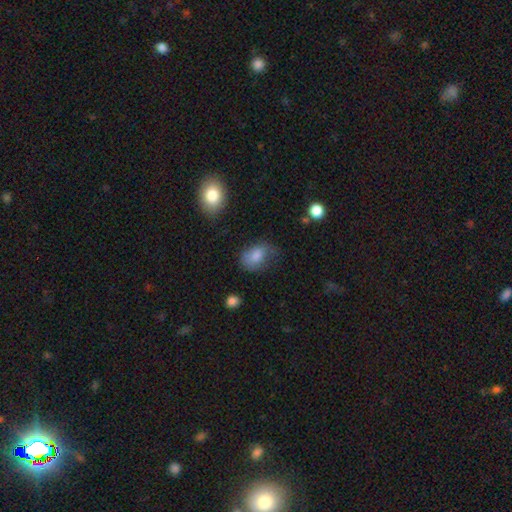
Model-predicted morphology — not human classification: Smooth or featured: smooth — 76% (featured or disk — 14%)
How rounded: in between — 79% (round — 20%)
Merging: none — 44% (minor disturbance — 34%)